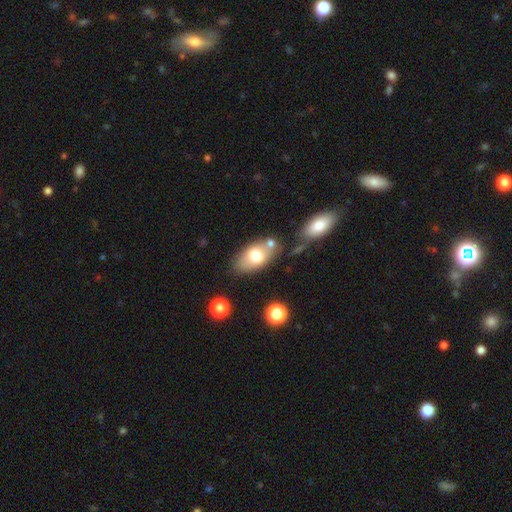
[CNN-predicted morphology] type=smooth (71%); roundness=in between (90%); merging=none (65%).